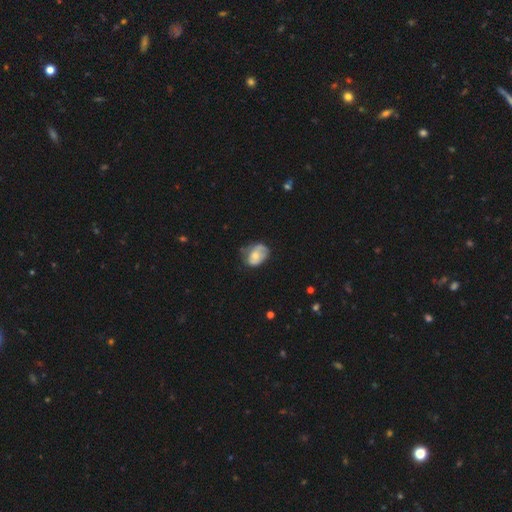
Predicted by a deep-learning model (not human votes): smooth_or_featured: smooth (p=0.52) [alt: featured or disk p=0.41]
how_rounded: in between (p=0.71) [alt: round p=0.28]
merging: none (p=0.43) [alt: minor disturbance p=0.37]